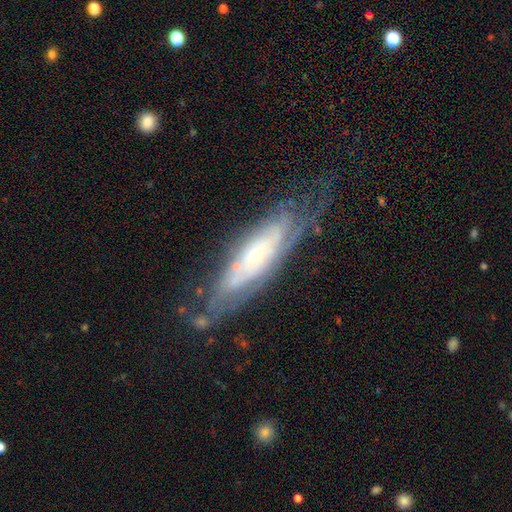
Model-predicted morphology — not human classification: This is likely a featured or disk galaxy (72%). It is likely not viewed edge-on (69%). Merging: likely none (60%).